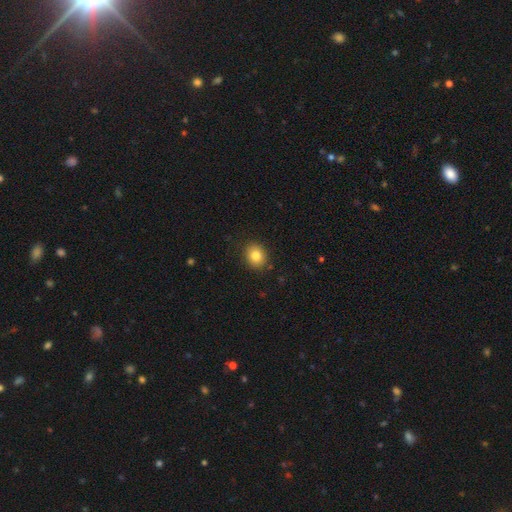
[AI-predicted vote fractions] Overall: smooth (82%). How rounded: round (61%; in between 38%). Merging: none (89%).